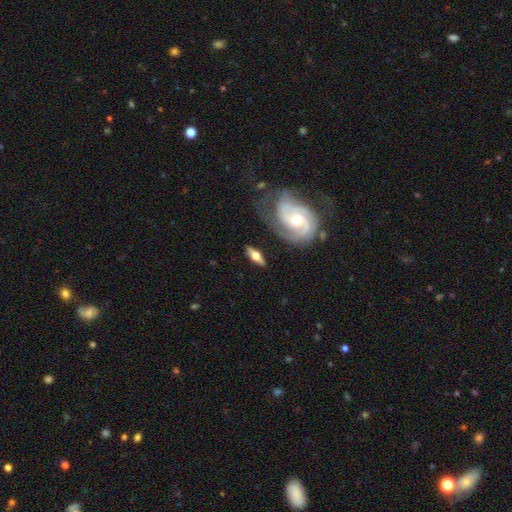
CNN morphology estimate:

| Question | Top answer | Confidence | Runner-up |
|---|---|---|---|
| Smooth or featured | featured or disk | 62% | smooth (32%) |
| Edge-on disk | yes | 60% | no (40%) |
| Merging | none | 75% | minor disturbance (15%) |